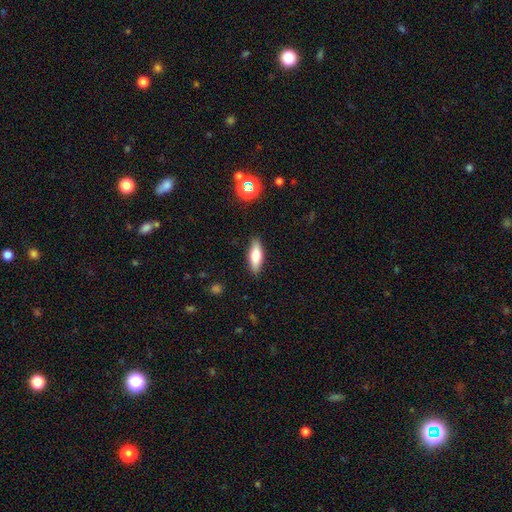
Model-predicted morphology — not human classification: Smooth or featured? smooth (73%)
How rounded? in between (58%)
Merging? none (88%)